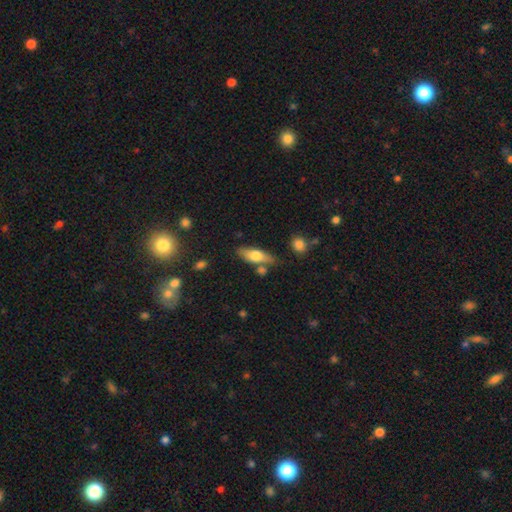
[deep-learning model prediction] A smooth galaxy with no disk features (61%) that is in between round and cigar-shaped (59%).

Vote fractions:
- Smooth or featured? smooth: 61% / featured or disk: 32% / star or artifact: 7%
- How rounded? in between: 59% / cigar-shaped: 38% / round: 3%
- Merging? none: 71% / minor disturbance: 15% / merger: 10% / major disturbance: 4%